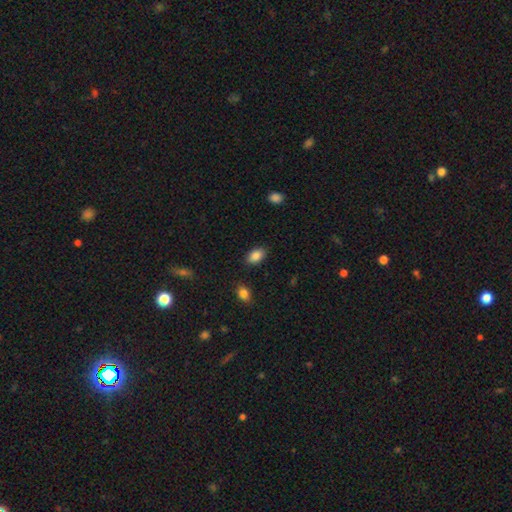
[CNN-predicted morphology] Smooth or featured? smooth (87%)
How rounded? in between (89%)
Merging? none (86%)